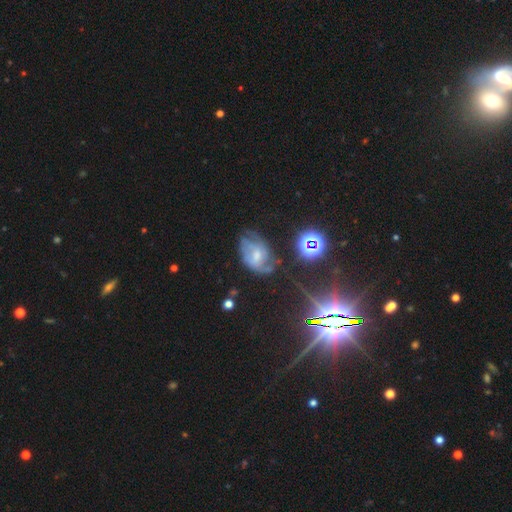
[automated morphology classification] This appears to be a featured or disk galaxy (53%) with no bar (57%), spiral arms (68%) and a small central bulge (45%). Merging: none (51%).